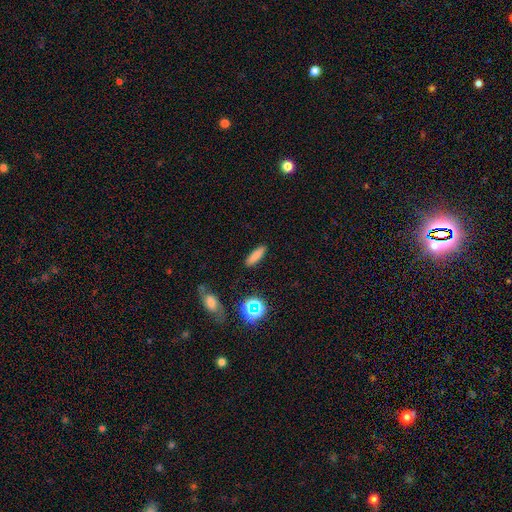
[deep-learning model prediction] Smooth or featured? Predicted: smooth (p=0.79). How rounded? Predicted: cigar-shaped (p=0.61). Merging? Predicted: none (p=0.88).